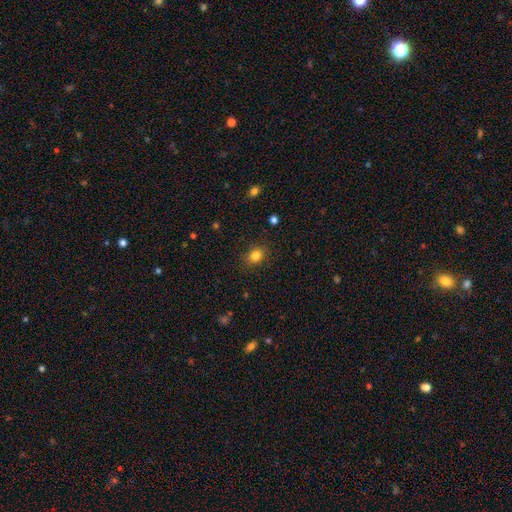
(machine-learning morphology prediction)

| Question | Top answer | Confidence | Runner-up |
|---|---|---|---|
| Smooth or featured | smooth | 83% | star or artifact (12%) |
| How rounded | round | 52% | in between (47%) |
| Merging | none | 86% | minor disturbance (10%) |